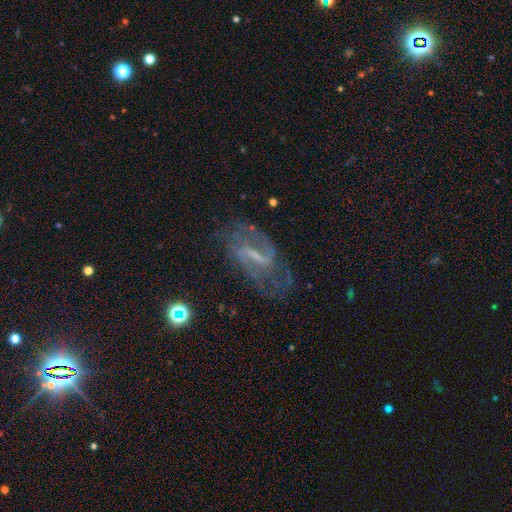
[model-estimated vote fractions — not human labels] smooth-or-featured: featured or disk: 78% | smooth: 11% | star or artifact: 11%
  disk-edge-on: no: 92% | yes: 8%
    bar: strong: 48% | weak: 41% | no: 11%
    has-spiral-arms: yes: 85% | no: 15%
      spiral-winding: medium: 45% | loose: 34% | tight: 21%
      spiral-arm-count: 2: 68% | can't tell: 19% | 1: 6% | 3: 4% | 4: 2% | more than 4: 2%
    bulge-size: none: 41% | small: 37% | moderate: 18% | large: 3% | dominant: 1%
  merging: none: 63% | minor disturbance: 19% | major disturbance: 16% | merger: 2%